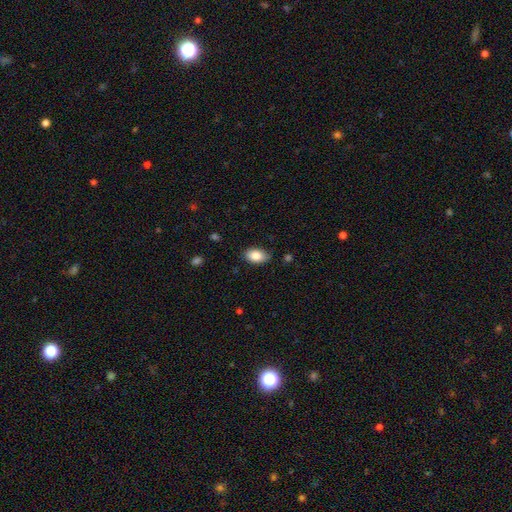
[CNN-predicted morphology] This appears to be a smooth galaxy with no disk features (85%) that is in between round and cigar-shaped (91%). Merging: none (81%).